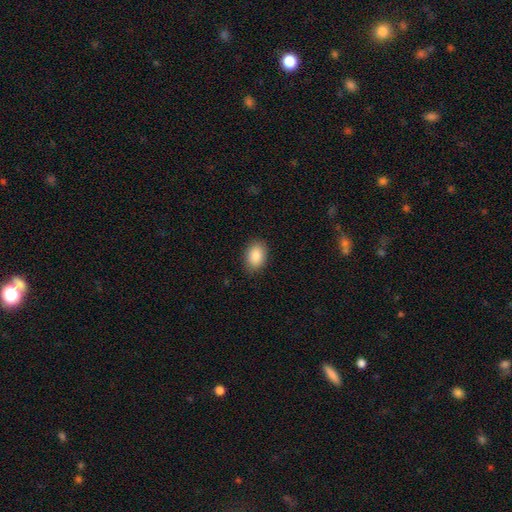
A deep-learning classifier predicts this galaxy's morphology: smooth_or_featured: smooth (p=0.87) [alt: star or artifact p=0.07]
how_rounded: in between (p=0.80) [alt: round p=0.19]
merging: none (p=0.87) [alt: minor disturbance p=0.10]